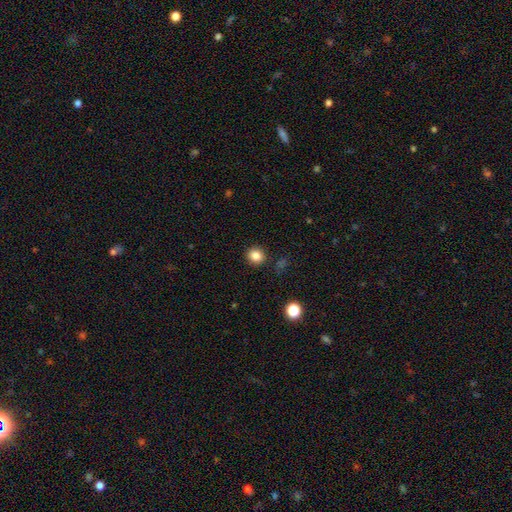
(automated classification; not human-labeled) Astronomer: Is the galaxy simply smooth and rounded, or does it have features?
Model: smooth — 84%.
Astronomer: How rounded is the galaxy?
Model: round — 85%.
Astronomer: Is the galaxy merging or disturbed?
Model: none — 89%.